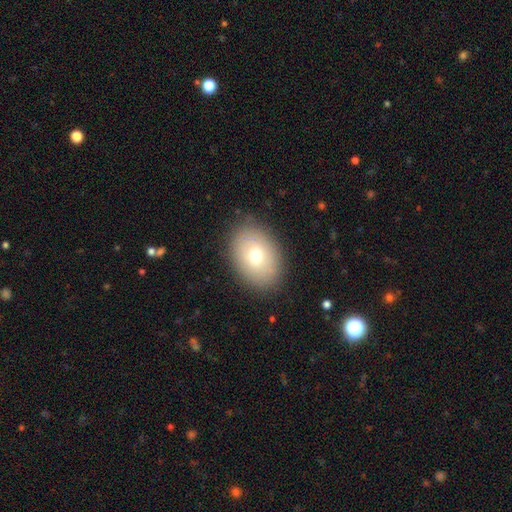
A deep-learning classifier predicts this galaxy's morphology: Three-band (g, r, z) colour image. It shows a smooth galaxy with no disk features (70%) that is in between round and cigar-shaped (74%). Merging: none (85%).